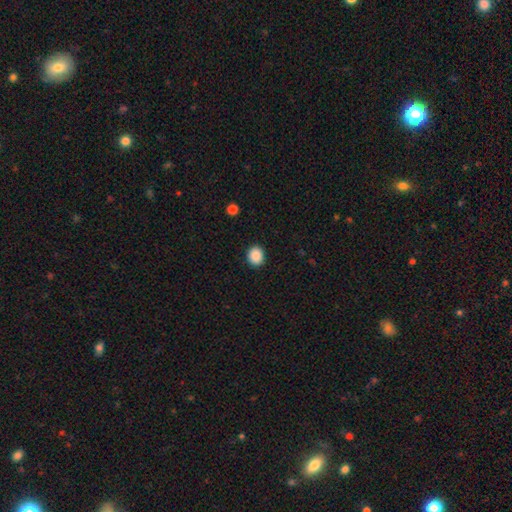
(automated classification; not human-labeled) Overall: smooth (89%). How rounded: round (65%; in between 34%). Merging: none (91%).